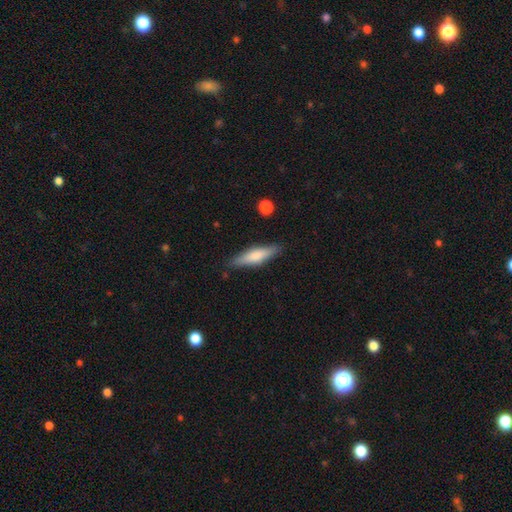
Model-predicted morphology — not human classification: This is likely a smooth galaxy (65%). How rounded: likely cigar-shaped (71%). Merging: clearly none (85%).